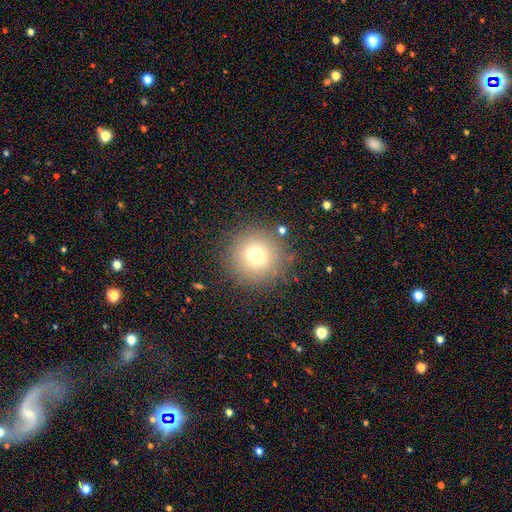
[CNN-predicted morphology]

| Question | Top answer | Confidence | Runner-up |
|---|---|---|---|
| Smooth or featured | smooth | 74% | star or artifact (16%) |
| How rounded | round | 96% | in between (3%) |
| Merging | none | 86% | minor disturbance (8%) |